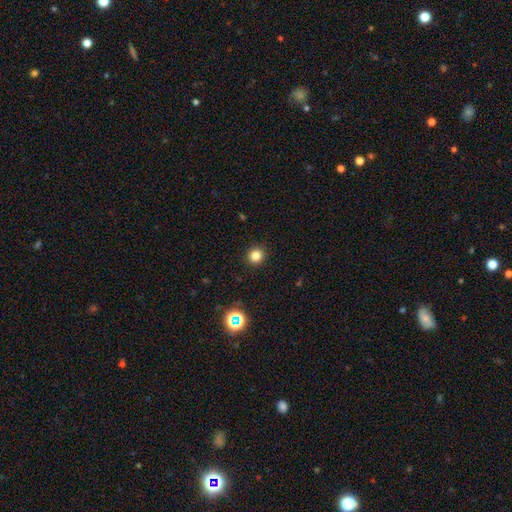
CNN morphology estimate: A smooth galaxy with no disk features (81%) that is round (92%). Merging: none (92%).